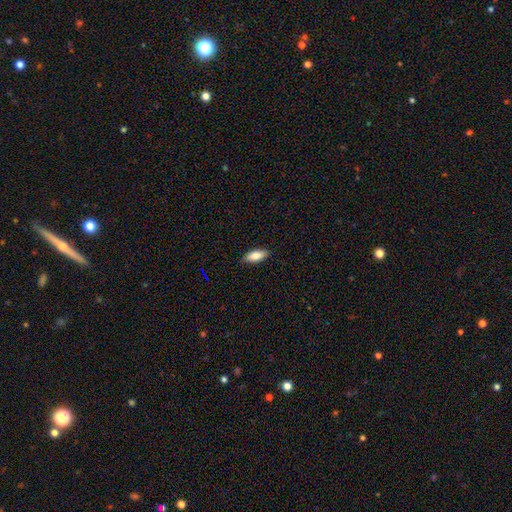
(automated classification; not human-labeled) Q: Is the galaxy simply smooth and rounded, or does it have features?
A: smooth — 79%.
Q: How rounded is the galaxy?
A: in between — 78%.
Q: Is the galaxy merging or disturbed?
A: none — 87%.